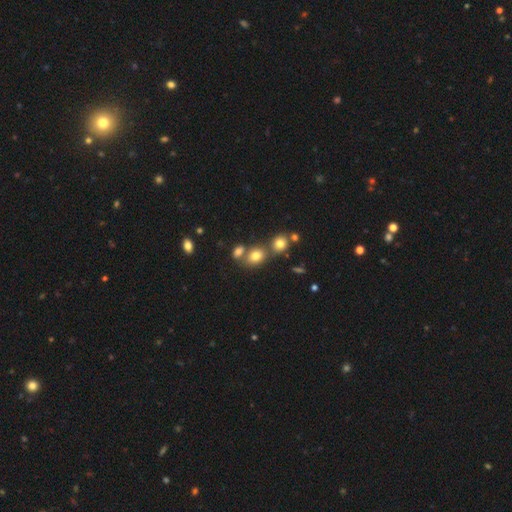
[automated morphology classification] Smooth or featured?
  - smooth: 76% *
  - star or artifact: 14%
  - featured or disk: 11%
How rounded?
  - in between: 55% *
  - round: 43%
  - cigar-shaped: 2%
Merging?
  - none: 50% *
  - merger: 34%
  - minor disturbance: 12%
  - major disturbance: 5%